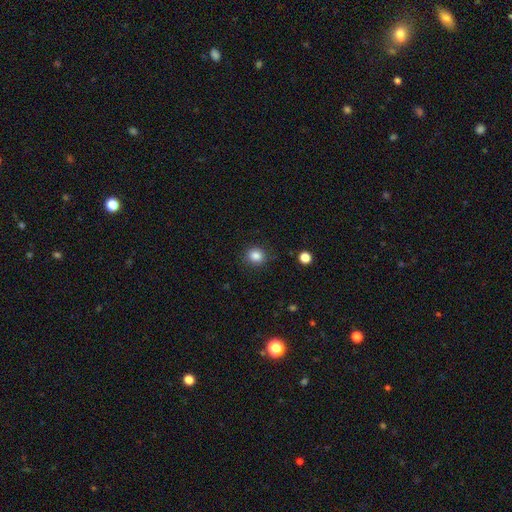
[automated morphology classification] Smooth or featured: smooth — 85% (star or artifact — 11%)
How rounded: round — 82% (in between — 17%)
Merging: none — 87% (minor disturbance — 9%)